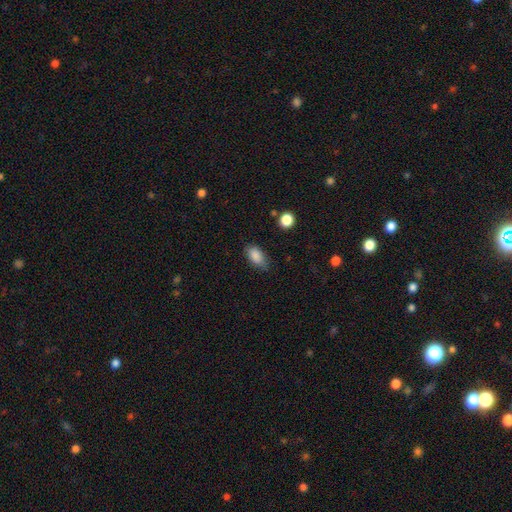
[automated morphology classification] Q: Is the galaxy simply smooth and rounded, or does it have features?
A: smooth — 87%.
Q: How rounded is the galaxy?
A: in between — 91%.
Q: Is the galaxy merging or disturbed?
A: none — 71%.